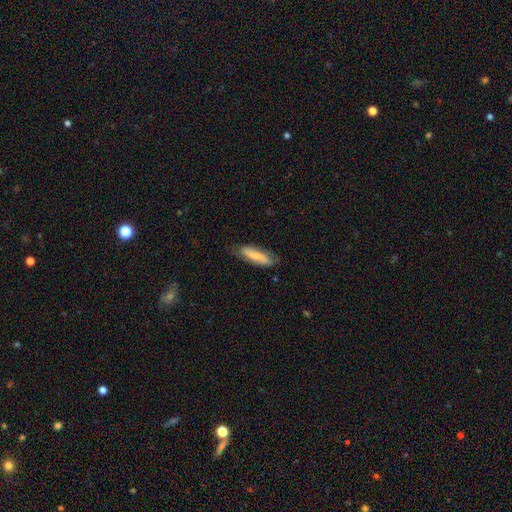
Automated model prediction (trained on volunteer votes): smooth-or-featured: smooth: 59% | featured or disk: 35% | star or artifact: 7%
  how-rounded: cigar-shaped: 52% | in between: 46% | round: 2%
  merging: none: 71% | minor disturbance: 22% | major disturbance: 6% | merger: 2%